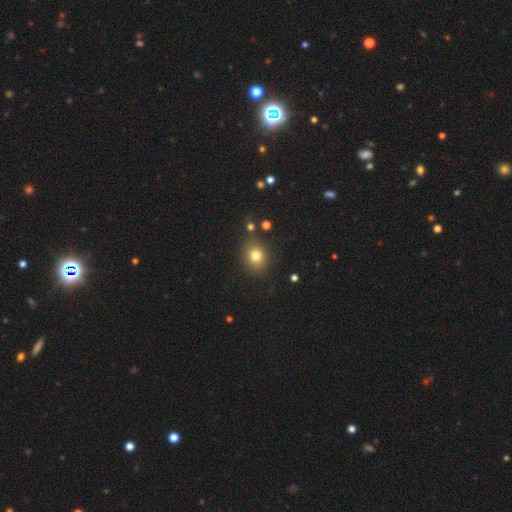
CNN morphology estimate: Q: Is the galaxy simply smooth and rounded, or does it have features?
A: smooth — 78%.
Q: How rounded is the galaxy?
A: round — 58%.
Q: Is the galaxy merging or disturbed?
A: none — 82%.